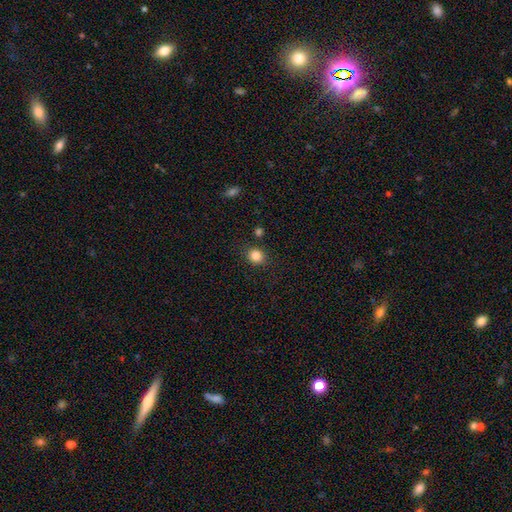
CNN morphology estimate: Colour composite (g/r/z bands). It shows a smooth galaxy with no disk features (84%) that is round (80%). Merging: none (86%).